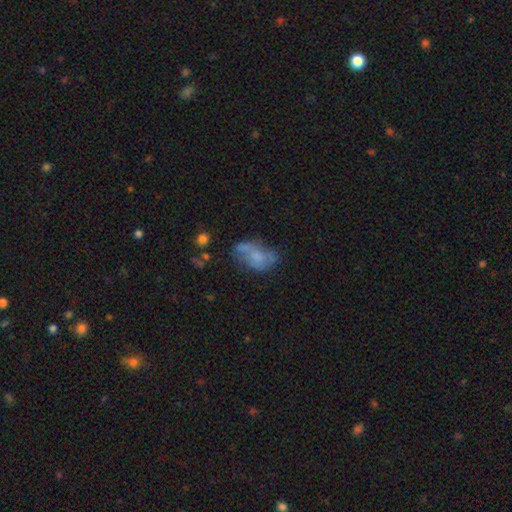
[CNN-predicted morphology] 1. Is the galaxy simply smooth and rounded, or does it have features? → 46% smooth, 42% featured or disk, 11% star or artifact.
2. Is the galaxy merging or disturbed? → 38% none, 26% minor disturbance, 24% major disturbance, 13% merger.